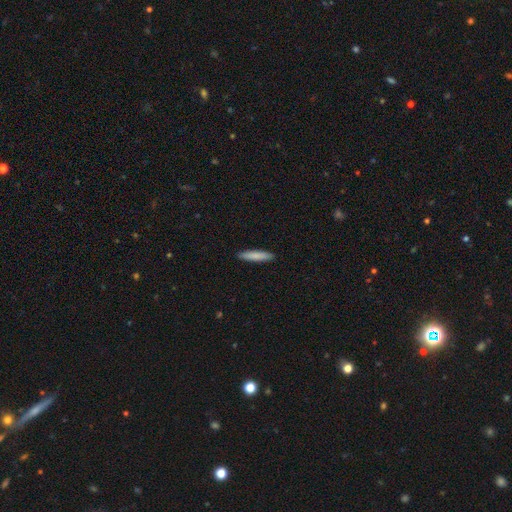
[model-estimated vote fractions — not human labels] Overall: smooth (83%). How rounded: cigar-shaped (87%). Merging: none (92%).